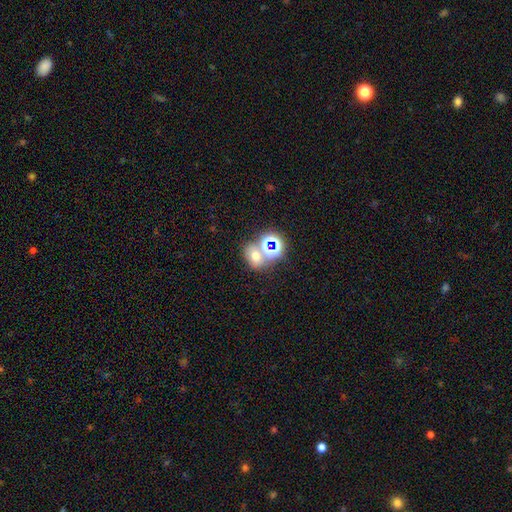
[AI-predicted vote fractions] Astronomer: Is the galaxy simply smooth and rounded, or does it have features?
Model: smooth — 57%.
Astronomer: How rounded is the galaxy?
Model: in between — 50% (runner-up: round, 48%).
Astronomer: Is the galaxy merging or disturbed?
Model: none — 52% (runner-up: merger, 33%).